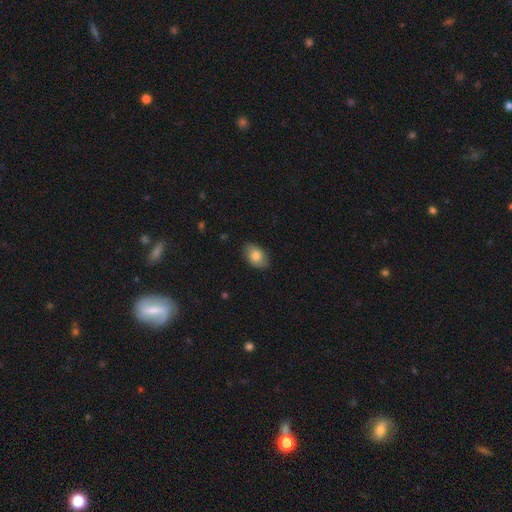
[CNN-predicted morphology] A smooth galaxy with no disk features (78%) that is in between round and cigar-shaped (86%).

Vote fractions:
- Smooth or featured? smooth: 78% / featured or disk: 14% / star or artifact: 7%
- How rounded? in between: 86% / round: 13% / cigar-shaped: 1%
- Merging? none: 83% / minor disturbance: 14% / major disturbance: 2% / merger: 1%